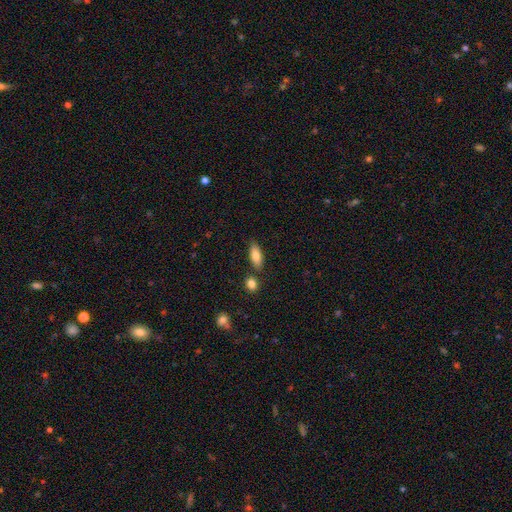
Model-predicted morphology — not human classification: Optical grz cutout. It shows a smooth galaxy with no disk features (80%) that is in between round and cigar-shaped (78%). Merging: none (75%).